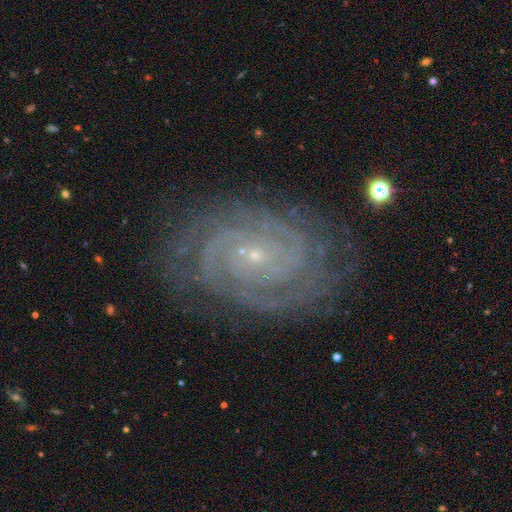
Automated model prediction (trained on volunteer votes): This is clearly a featured or disk galaxy (90%). It is clearly not viewed edge-on (98%). Bar: likely no (64%). Spiral arm pattern: clearly yes (99%). Spiral arm count: marginally 2 (35%). Spiral winding: clearly tight (82%). Central bulge: clearly small (88%). Merging: clearly none (83%).